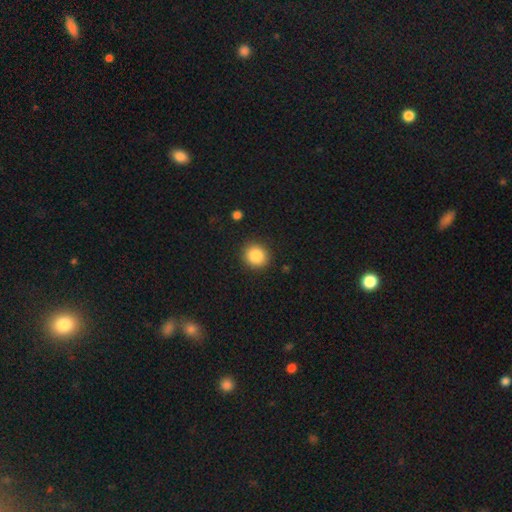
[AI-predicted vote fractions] Smooth or featured? Predicted: smooth (p=0.87). How rounded? Predicted: round (p=0.87). Merging? Predicted: none (p=0.90).